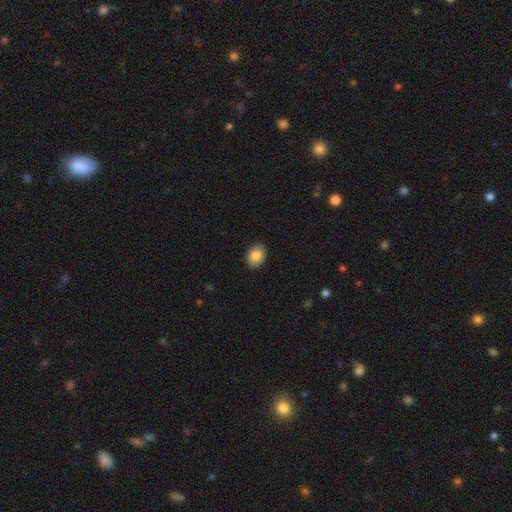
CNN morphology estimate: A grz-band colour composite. It shows a smooth galaxy with no disk features (86%) that is in between round and cigar-shaped (72%). Merging: none (90%).